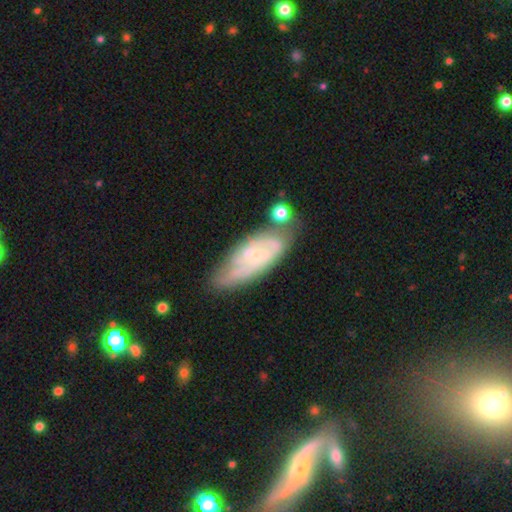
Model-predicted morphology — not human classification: Smooth or featured: featured or disk — 63% (smooth — 30%)
Edge-on disk: no — 88% (yes — 12%)
Bar: no — 63% (weak — 30%)
Spiral arms: yes — 77% (no — 23%)
Bulge size: small — 63% (none — 20%)
Merging: none — 51% (minor disturbance — 27%)